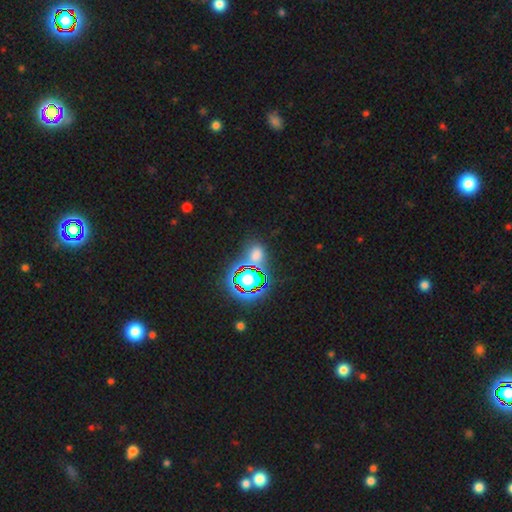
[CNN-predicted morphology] This is possibly a star or artifact rather than a galaxy (46%).